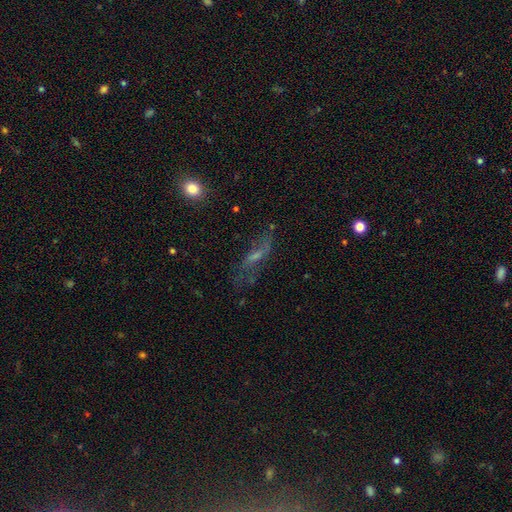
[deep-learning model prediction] A featured or disk galaxy (59%). Merging: none (60%).